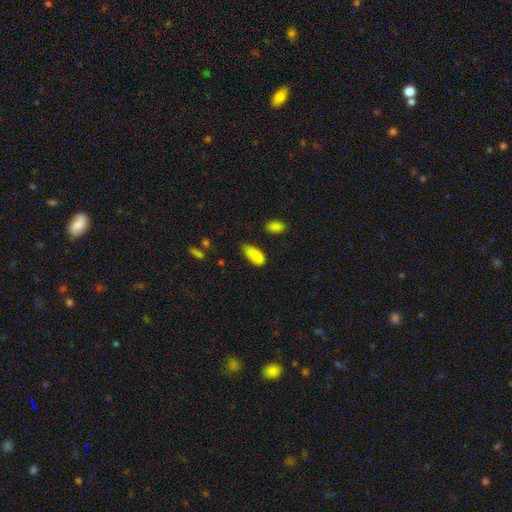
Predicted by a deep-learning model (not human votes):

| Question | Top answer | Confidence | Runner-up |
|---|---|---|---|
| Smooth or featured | smooth | 87% | star or artifact (8%) |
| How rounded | in between | 88% | cigar-shaped (10%) |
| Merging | none | 57% | minor disturbance (33%) |